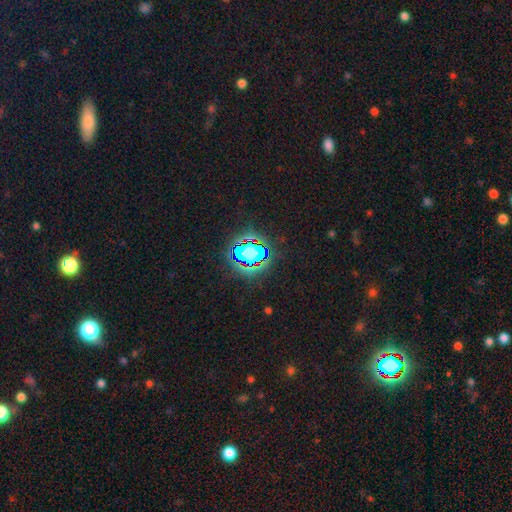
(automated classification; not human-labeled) A star or artifact, not a galaxy (80%).

Vote fractions:
- Smooth or featured? star or artifact: 80% / smooth: 12% / featured or disk: 7%